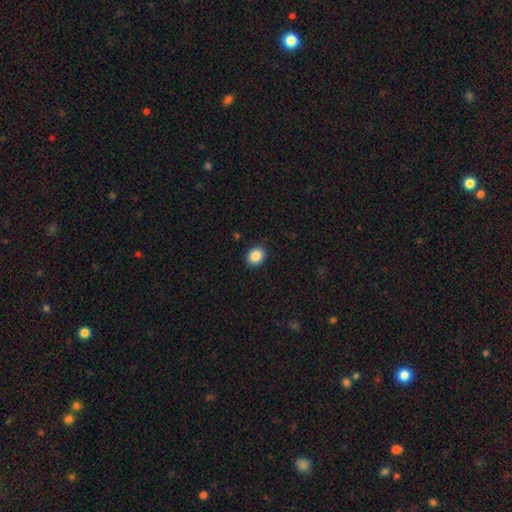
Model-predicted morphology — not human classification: Smooth or featured: smooth — 88% (star or artifact — 8%)
How rounded: in between — 50% (round — 49%)
Merging: none — 89% (minor disturbance — 8%)